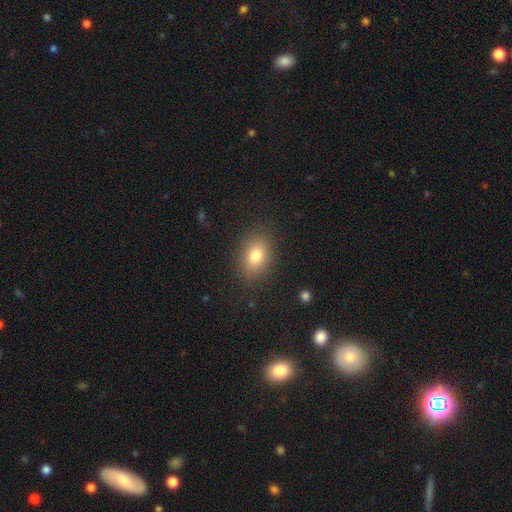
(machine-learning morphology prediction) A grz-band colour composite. It shows a smooth galaxy with no disk features (79%) that is in between round and cigar-shaped (71%). Merging: none (84%).